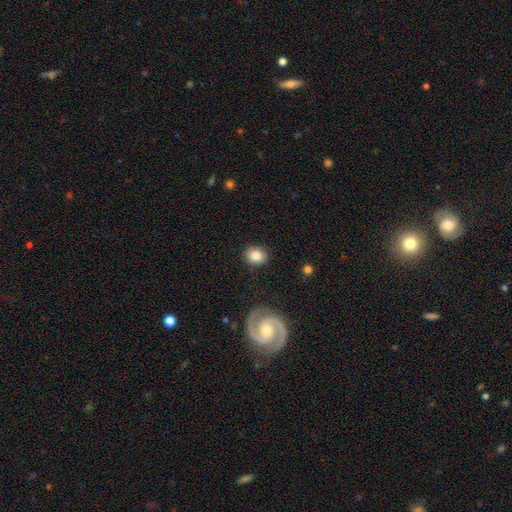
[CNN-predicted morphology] This is clearly a smooth galaxy (81%). How rounded: likely round (63%). Merging: clearly none (85%).